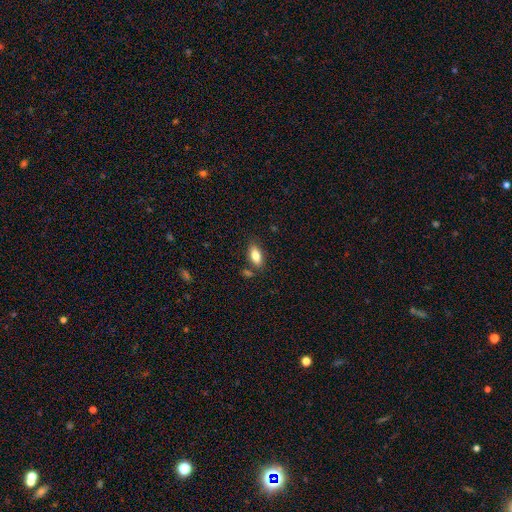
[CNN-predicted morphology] smooth 80%, featured or disk 12%, star or artifact 7%. Down the decision tree: how rounded — in between (86%); merging — none (78%).